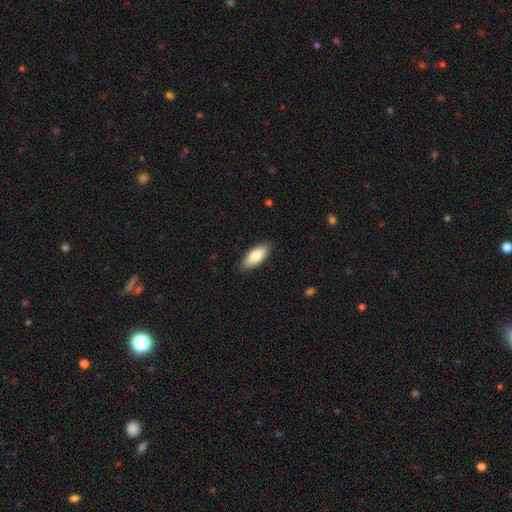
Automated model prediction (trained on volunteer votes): This appears to be a smooth galaxy with no disk features (81%) that is in between round and cigar-shaped (81%). Merging: none (87%).